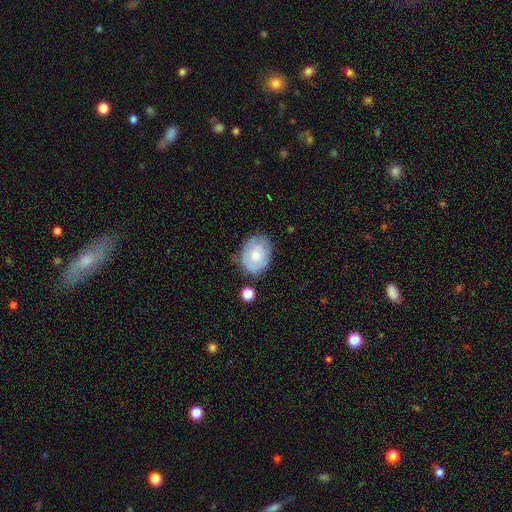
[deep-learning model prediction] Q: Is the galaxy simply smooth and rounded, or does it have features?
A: smooth — 59%.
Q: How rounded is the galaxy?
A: in between — 69%.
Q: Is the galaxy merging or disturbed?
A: none — 68%.